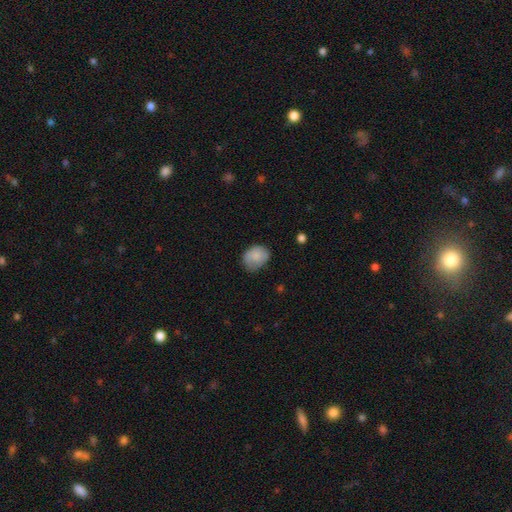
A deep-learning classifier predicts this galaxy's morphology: This appears to be a smooth galaxy with no disk features (78%) that is round (50%). Merging: none (60%).